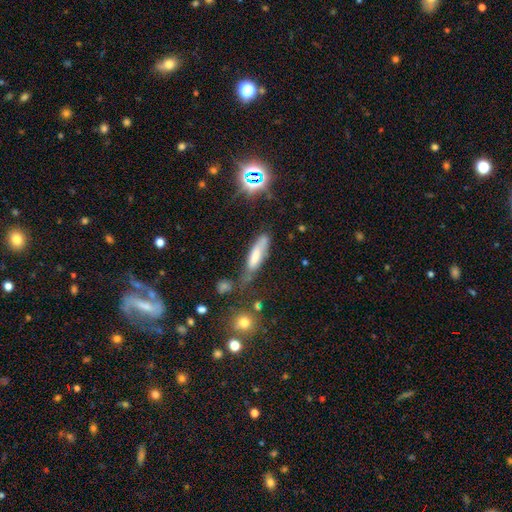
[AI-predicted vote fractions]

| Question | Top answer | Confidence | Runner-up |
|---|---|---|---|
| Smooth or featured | smooth | 65% | featured or disk (24%) |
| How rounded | cigar-shaped | 65% | in between (33%) |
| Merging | none | 46% | minor disturbance (28%) |